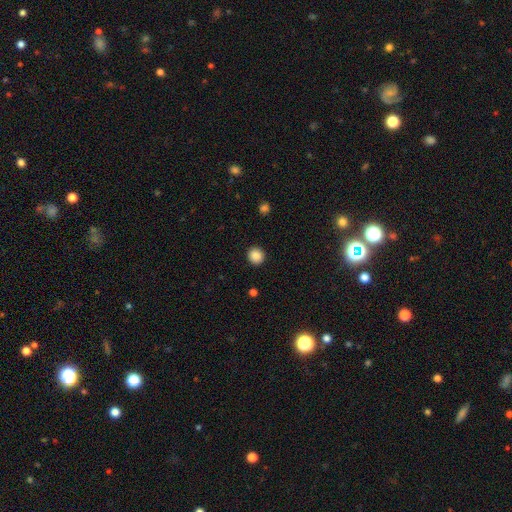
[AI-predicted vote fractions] The model was most divided on "smooth or featured": smooth: 87%, star or artifact: 10%, featured or disk: 3%. More confident: merging — none (92%); how rounded — round (91%).